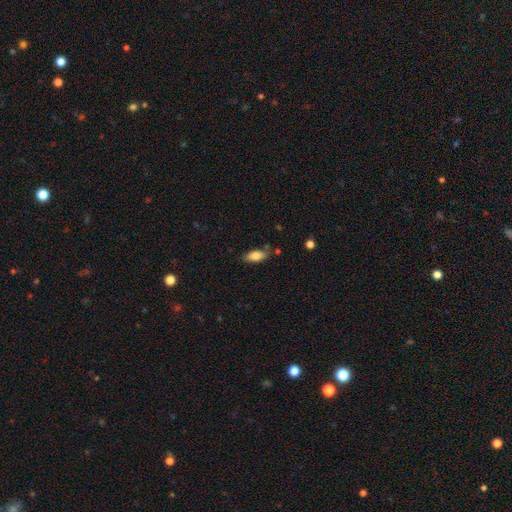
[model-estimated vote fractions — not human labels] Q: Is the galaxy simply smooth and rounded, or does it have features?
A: smooth — 79%.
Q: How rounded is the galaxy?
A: in between — 83%.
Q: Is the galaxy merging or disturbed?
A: none — 72%.